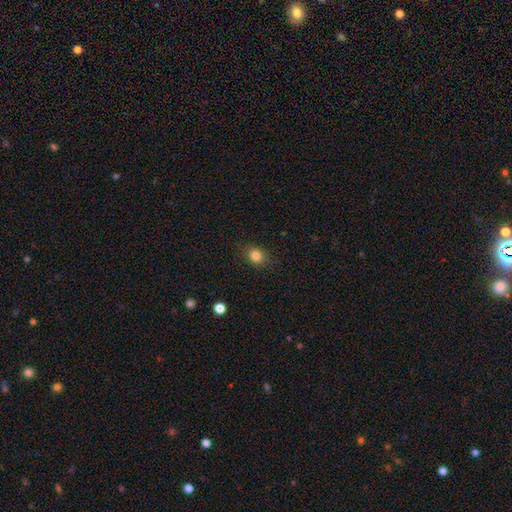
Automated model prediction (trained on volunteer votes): A smooth galaxy with no disk features (83%) that is round (62%). Merging: none (86%).